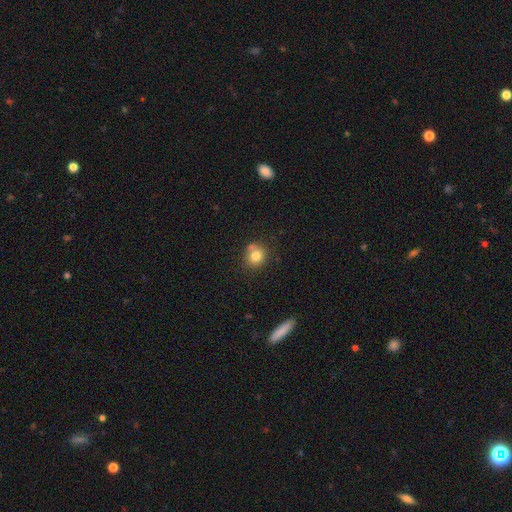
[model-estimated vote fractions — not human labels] smooth_or_featured: smooth (p=0.79) [alt: star or artifact p=0.11]
how_rounded: round (p=0.82) [alt: in between p=0.17]
merging: none (p=0.63) [alt: minor disturbance p=0.17]